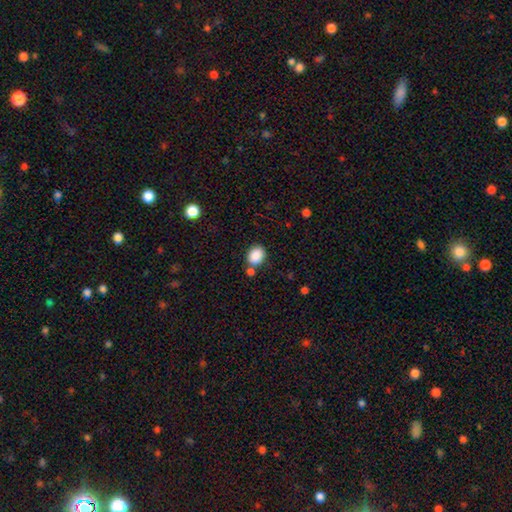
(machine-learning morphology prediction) smooth 87%, star or artifact 9%, featured or disk 4%. Down the decision tree: how rounded — in between (55%); merging — none (73%).